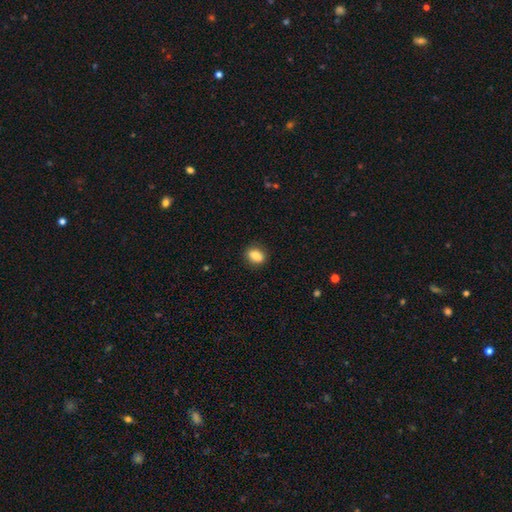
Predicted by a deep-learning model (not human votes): smooth 86%, star or artifact 8%, featured or disk 5%. Down the decision tree: how rounded — in between (70%); merging — none (86%).